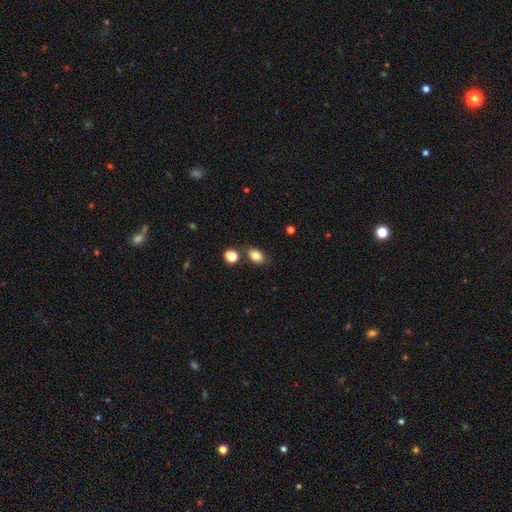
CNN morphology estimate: This appears to be a smooth galaxy with no disk features (83%) that is in between round and cigar-shaped (79%). Merging: none (76%).